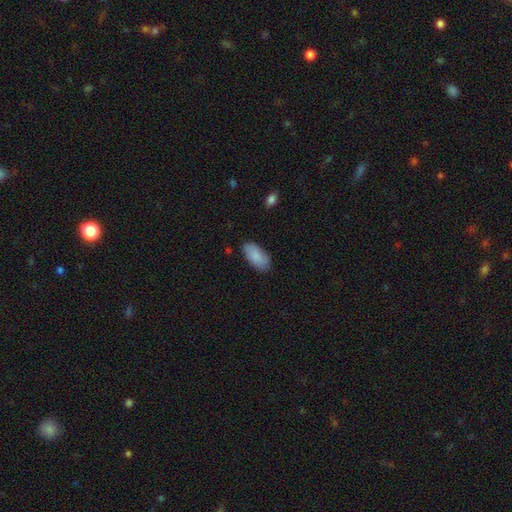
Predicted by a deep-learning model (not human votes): smooth-or-featured: smooth: 86% | featured or disk: 8% | star or artifact: 6%
  how-rounded: in between: 93% | cigar-shaped: 5% | round: 2%
  merging: none: 82% | minor disturbance: 14% | major disturbance: 3% | merger: 1%